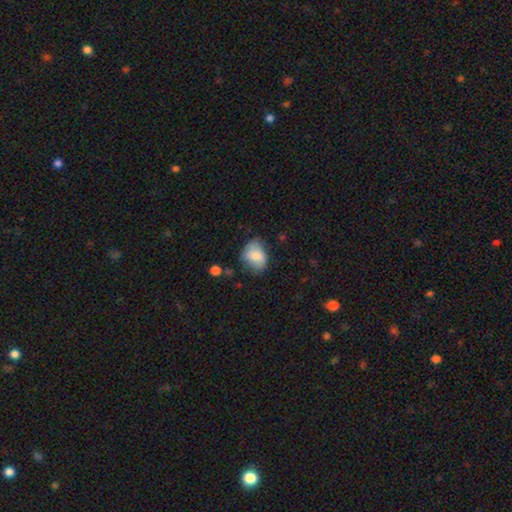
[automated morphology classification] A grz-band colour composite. It shows a smooth galaxy with no disk features (78%) that is in between round and cigar-shaped (65%). Merging: none (60%).